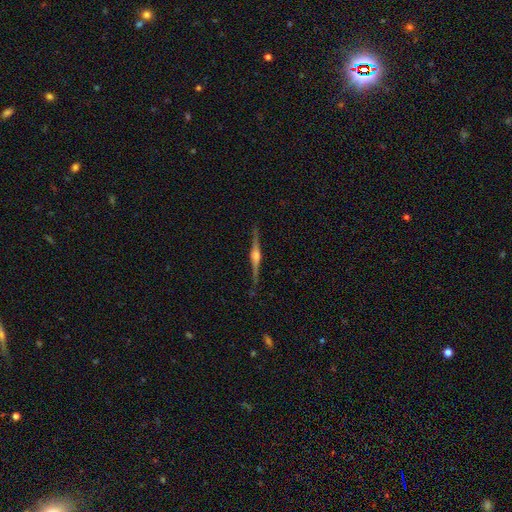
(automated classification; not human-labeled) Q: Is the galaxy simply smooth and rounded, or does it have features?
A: featured or disk — 86%.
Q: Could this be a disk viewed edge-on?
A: yes — 99%.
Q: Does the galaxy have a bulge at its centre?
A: rounded — 87%.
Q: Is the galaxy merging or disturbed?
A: none — 90%.